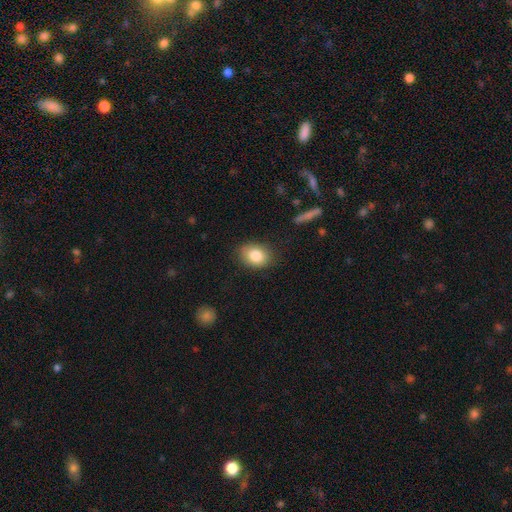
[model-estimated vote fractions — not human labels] smooth 83%, featured or disk 9%, star or artifact 8%. Down the decision tree: how rounded — in between (69%); merging — none (81%).